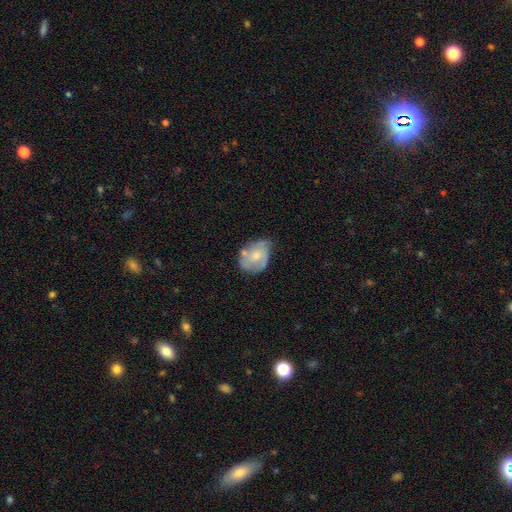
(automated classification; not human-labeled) A featured or disk galaxy (49%). Merging: none (39%).